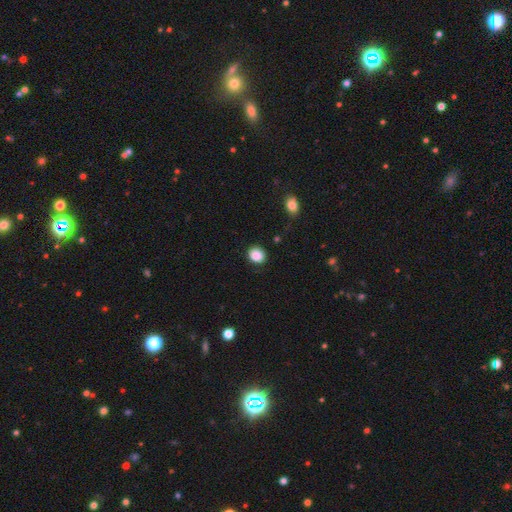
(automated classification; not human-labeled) Overall: smooth (88%). How rounded: round (73%). Merging: none (87%).